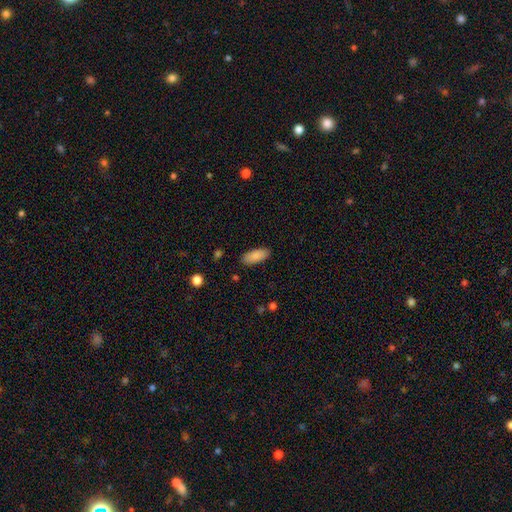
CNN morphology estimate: The model was most divided on "how rounded": in between: 84%, cigar-shaped: 15%, round: 2%. More confident: smooth or featured — smooth (88%); merging — none (88%).